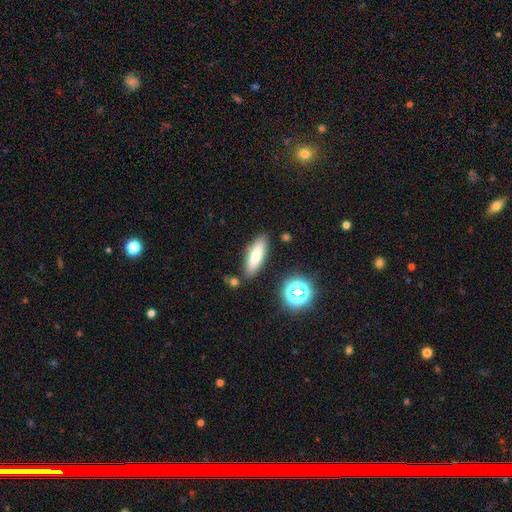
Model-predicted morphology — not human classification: A smooth galaxy with no disk features (73%) that is in between round and cigar-shaped (52%).

Vote fractions:
- Smooth or featured? smooth: 73% / featured or disk: 18% / star or artifact: 9%
- How rounded? in between: 52% / cigar-shaped: 46% / round: 2%
- Merging? none: 83% / minor disturbance: 10% / merger: 4% / major disturbance: 3%